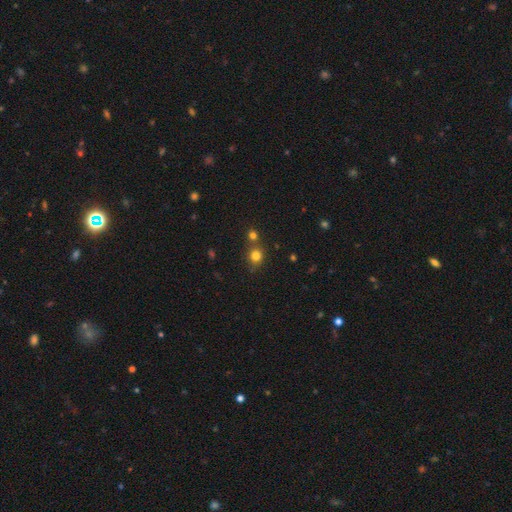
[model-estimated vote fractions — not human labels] This is likely a smooth galaxy (79%). How rounded: clearly round (83%). Merging: likely none (68%).